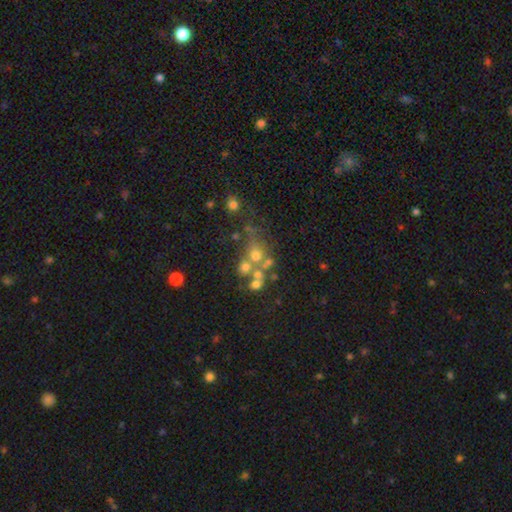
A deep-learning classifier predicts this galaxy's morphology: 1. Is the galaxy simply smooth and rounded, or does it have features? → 41% smooth, 32% featured or disk, 27% star or artifact.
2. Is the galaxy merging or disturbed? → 40% none, 37% merger, 11% minor disturbance, 11% major disturbance.